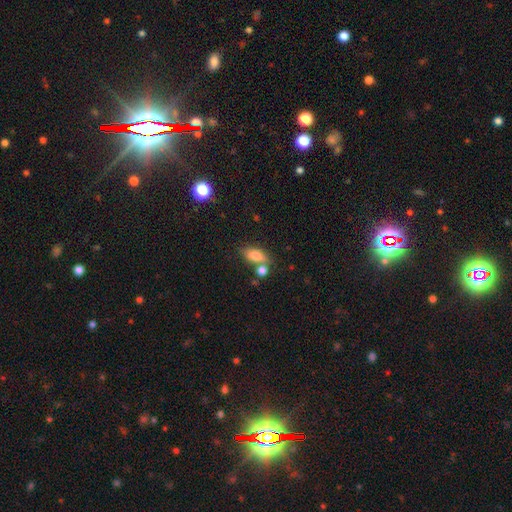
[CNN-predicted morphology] A smooth galaxy with no disk features (75%) that is in between round and cigar-shaped (77%). Merging: none (58%).